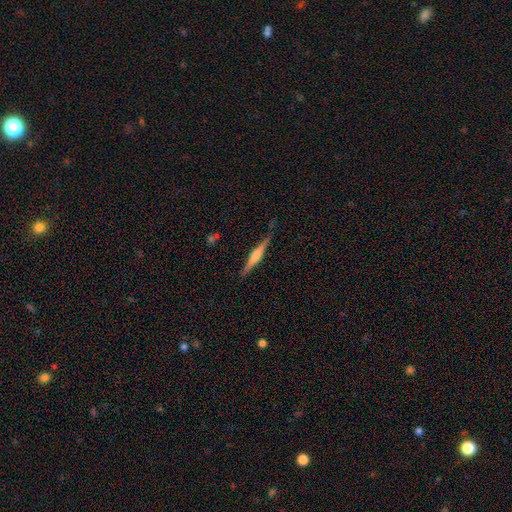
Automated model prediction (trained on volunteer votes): smooth_or_featured: featured or disk (p=0.67) [alt: smooth p=0.27]
disk_edge_on: yes (p=0.98) [alt: no p=0.02]
edge_on_bulge: rounded (p=0.61) [alt: boxy p=0.29]
merging: none (p=0.84) [alt: minor disturbance p=0.12]